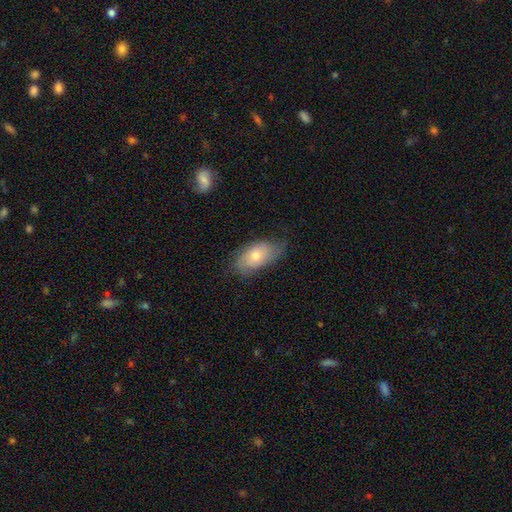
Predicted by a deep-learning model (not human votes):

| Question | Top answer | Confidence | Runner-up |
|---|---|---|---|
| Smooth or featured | smooth | 67% | featured or disk (27%) |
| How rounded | in between | 92% | cigar-shaped (4%) |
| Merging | none | 61% | minor disturbance (29%) |